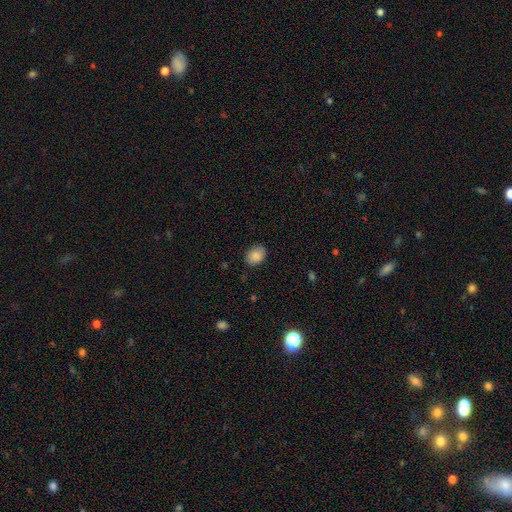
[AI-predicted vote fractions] smooth_or_featured: smooth (p=0.87) [alt: star or artifact p=0.08]
how_rounded: in between (p=0.66) [alt: round p=0.33]
merging: none (p=0.84) [alt: minor disturbance p=0.12]